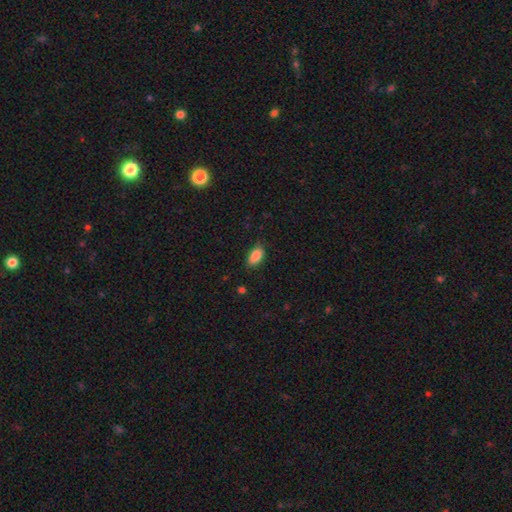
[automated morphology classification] This appears to be a smooth galaxy with no disk features (87%) that is in between round and cigar-shaped (91%). Merging: none (78%).